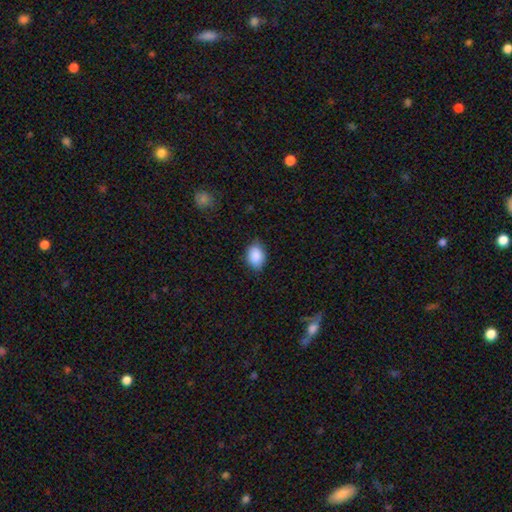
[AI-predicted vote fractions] A smooth galaxy with no disk features (89%) that is in between round and cigar-shaped (81%).

Vote fractions:
- Smooth or featured? smooth: 89% / star or artifact: 7% / featured or disk: 4%
- How rounded? in between: 81% / round: 18% / cigar-shaped: 1%
- Merging? none: 80% / minor disturbance: 16% / major disturbance: 3% / merger: 1%